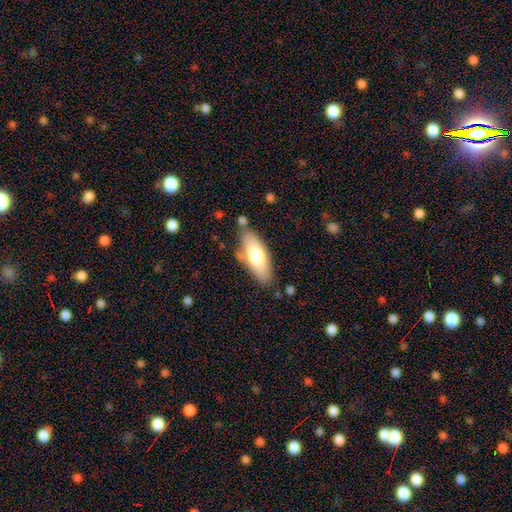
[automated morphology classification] Smooth or featured: smooth — 69% (featured or disk — 25%)
How rounded: in between — 70% (cigar-shaped — 27%)
Merging: none — 76% (minor disturbance — 15%)